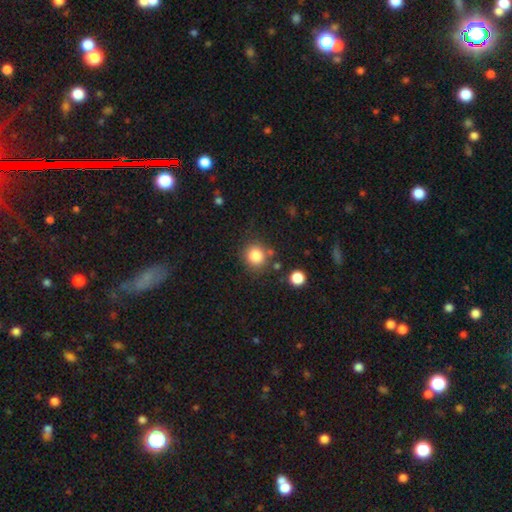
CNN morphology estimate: This appears to be a smooth galaxy with no disk features (84%) that is round (88%). Merging: none (78%).